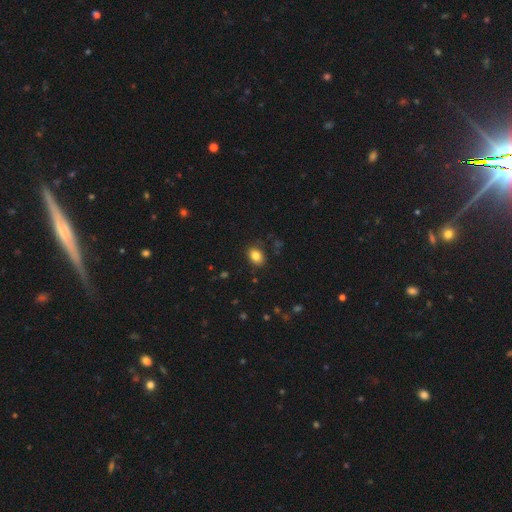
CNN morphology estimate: Q: Smooth or featured?
A: smooth (83%); runner-up: star or artifact (10%)
Q: How rounded?
A: in between (66%); runner-up: round (33%)
Q: Merging?
A: none (85%); runner-up: minor disturbance (10%)